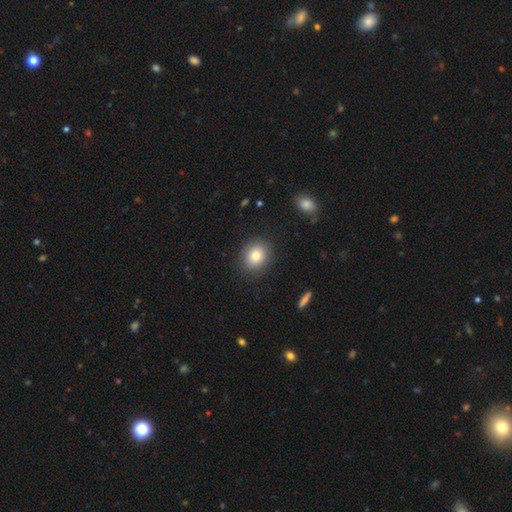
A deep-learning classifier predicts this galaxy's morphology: Smooth or featured? smooth (81%)
How rounded? round (72%)
Merging? none (87%)